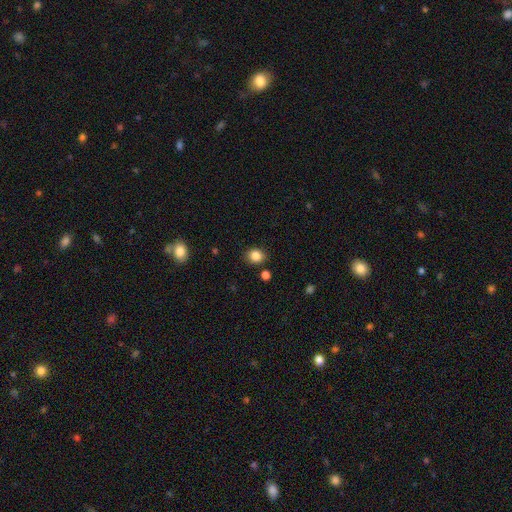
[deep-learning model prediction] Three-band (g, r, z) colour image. It shows a smooth galaxy with no disk features (84%) that is round (69%). Merging: none (84%).